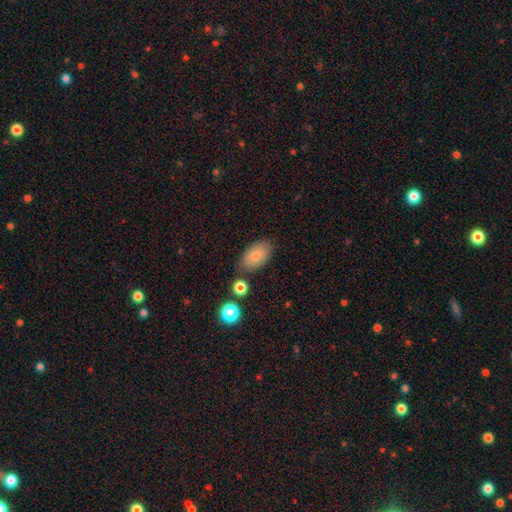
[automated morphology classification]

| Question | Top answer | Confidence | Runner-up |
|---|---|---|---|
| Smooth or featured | smooth | 80% | featured or disk (12%) |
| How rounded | in between | 91% | round (7%) |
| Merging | none | 76% | minor disturbance (15%) |